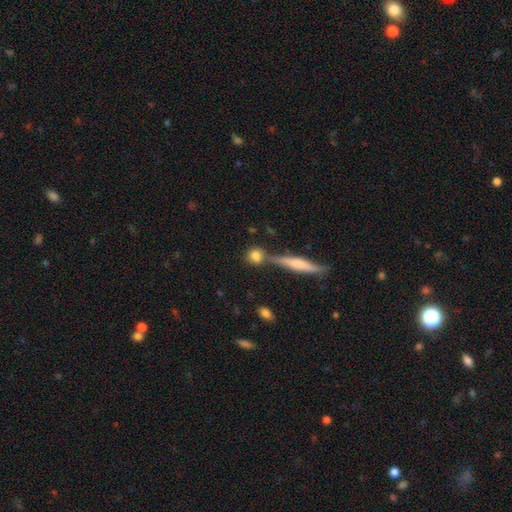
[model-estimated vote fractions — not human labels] smooth_or_featured: smooth (p=0.78) [alt: featured or disk p=0.13]
how_rounded: round (p=0.77) [alt: in between p=0.15]
merging: none (p=0.62) [alt: merger p=0.23]